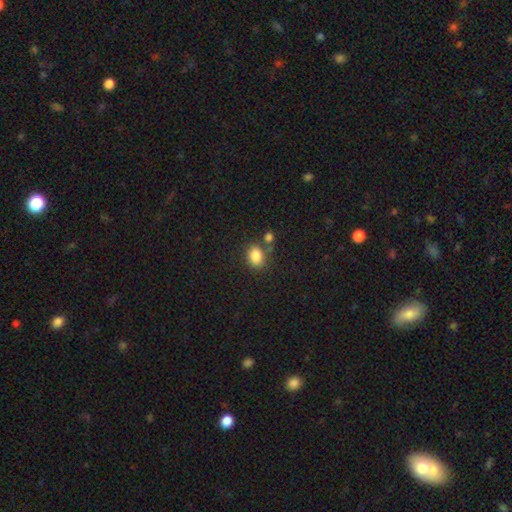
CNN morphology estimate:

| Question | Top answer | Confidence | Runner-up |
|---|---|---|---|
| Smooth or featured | smooth | 84% | star or artifact (10%) |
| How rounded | in between | 62% | round (37%) |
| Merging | none | 61% | merger (20%) |